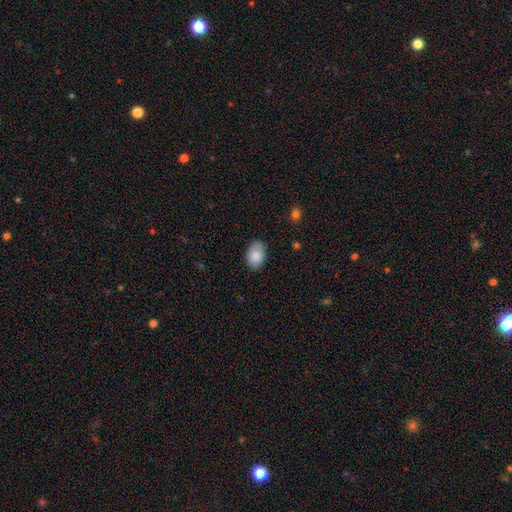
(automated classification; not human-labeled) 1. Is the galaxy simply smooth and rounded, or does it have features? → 85% smooth, 8% featured or disk, 7% star or artifact.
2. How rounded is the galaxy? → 88% in between, 11% round, 1% cigar-shaped.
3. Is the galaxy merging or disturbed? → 81% none, 15% minor disturbance, 3% major disturbance, 1% merger.